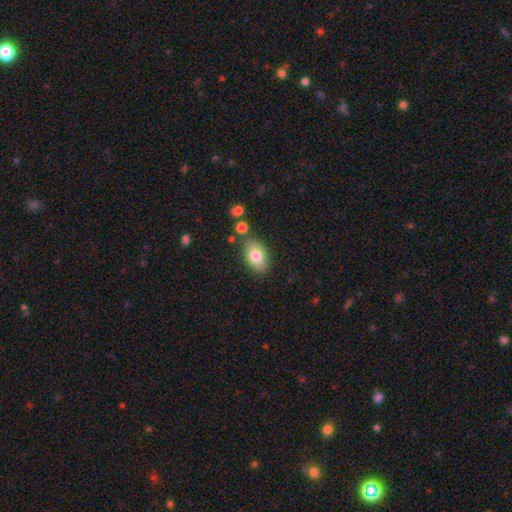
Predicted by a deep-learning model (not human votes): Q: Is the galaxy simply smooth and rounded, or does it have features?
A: smooth — 80%.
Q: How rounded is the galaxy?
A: in between — 90%.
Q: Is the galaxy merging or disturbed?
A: none — 80%.